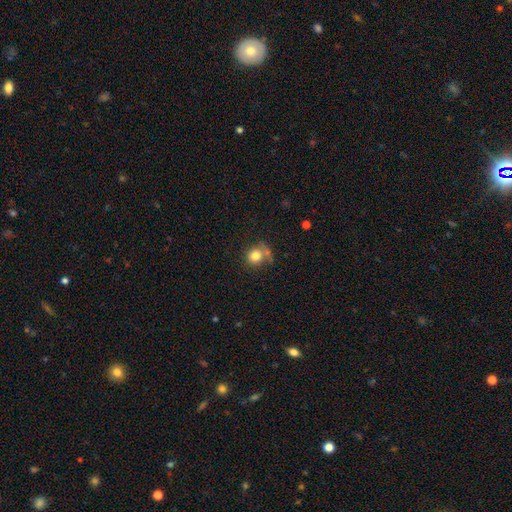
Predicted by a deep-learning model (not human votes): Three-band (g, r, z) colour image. It shows a smooth galaxy with no disk features (81%) that is round (81%). Merging: none (53%).